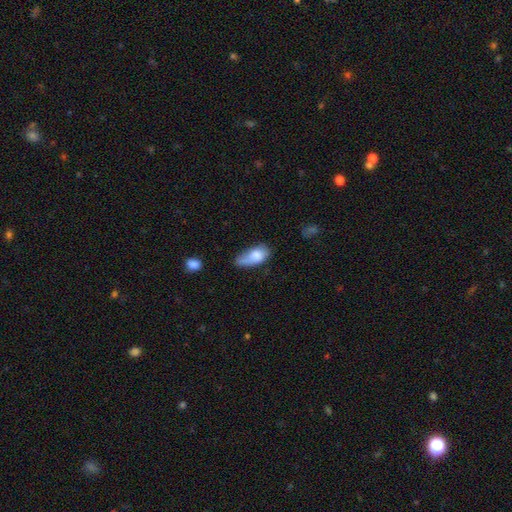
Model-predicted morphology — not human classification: A smooth galaxy with no disk features (76%) that is in between round and cigar-shaped (89%).

Vote fractions:
- Smooth or featured? smooth: 76% / featured or disk: 17% / star or artifact: 7%
- How rounded? in between: 89% / cigar-shaped: 6% / round: 4%
- Merging? minor disturbance: 40% / none: 30% / major disturbance: 23% / merger: 8%